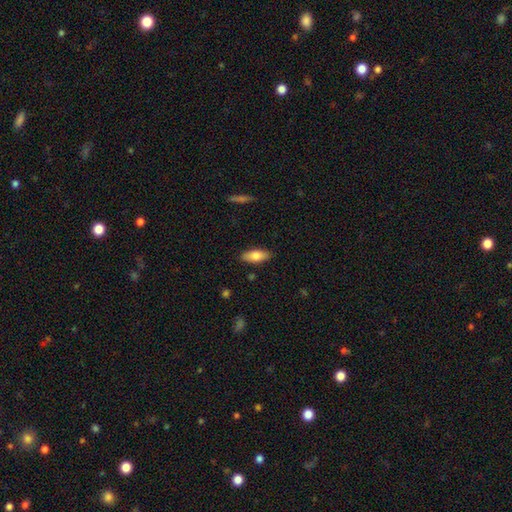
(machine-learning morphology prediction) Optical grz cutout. It shows a smooth galaxy with no disk features (80%) that is in between round and cigar-shaped (80%). Merging: none (87%).